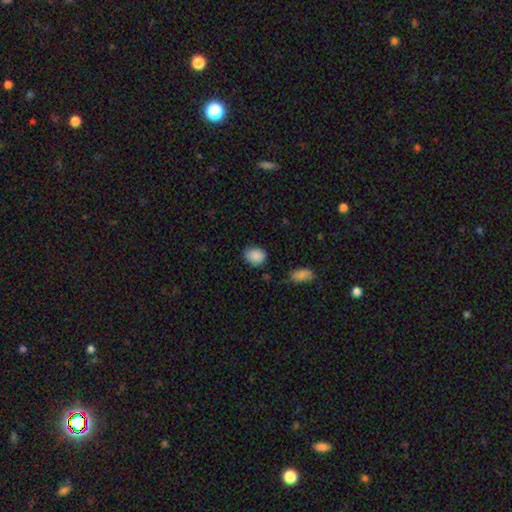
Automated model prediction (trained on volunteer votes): smooth_or_featured: smooth (p=0.88) [alt: star or artifact p=0.08]
how_rounded: in between (p=0.58) [alt: round p=0.41]
merging: none (p=0.74) [alt: minor disturbance p=0.20]